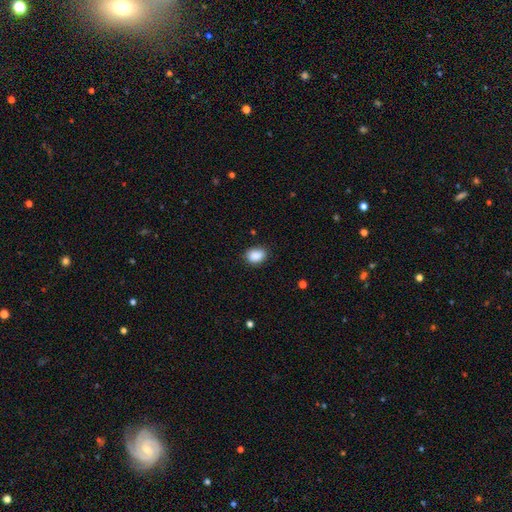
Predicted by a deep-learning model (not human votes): Smooth or featured? smooth (89%)
How rounded? in between (72%)
Merging? none (83%)